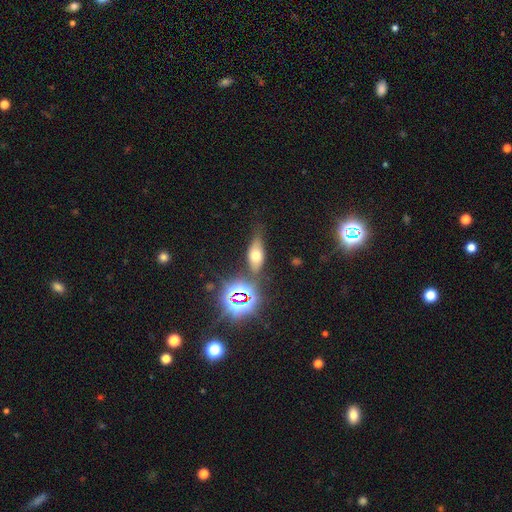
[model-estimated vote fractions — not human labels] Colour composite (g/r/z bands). It shows a smooth galaxy with no disk features (51%) that is in between round and cigar-shaped (75%). Merging: none (69%).